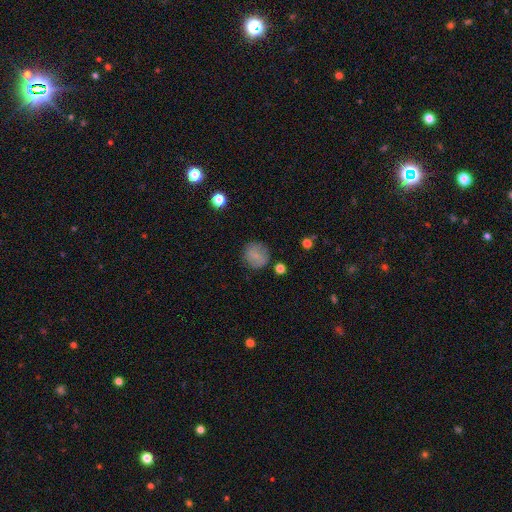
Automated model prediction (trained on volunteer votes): Smooth or featured: smooth — 75% (featured or disk — 15%)
How rounded: round — 88% (in between — 11%)
Merging: none — 83% (minor disturbance — 11%)